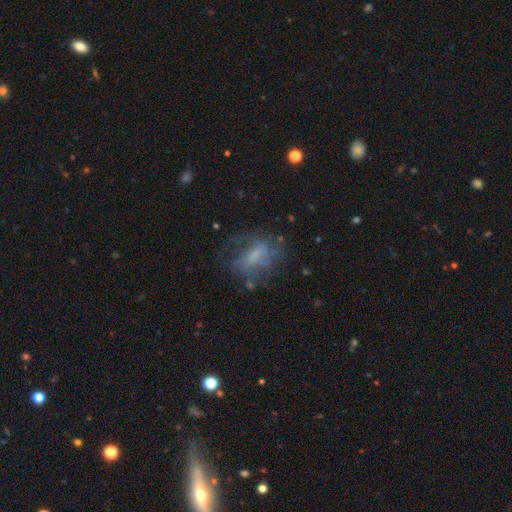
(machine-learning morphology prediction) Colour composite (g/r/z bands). It shows a featured or disk galaxy (46%). Merging: none (47%).